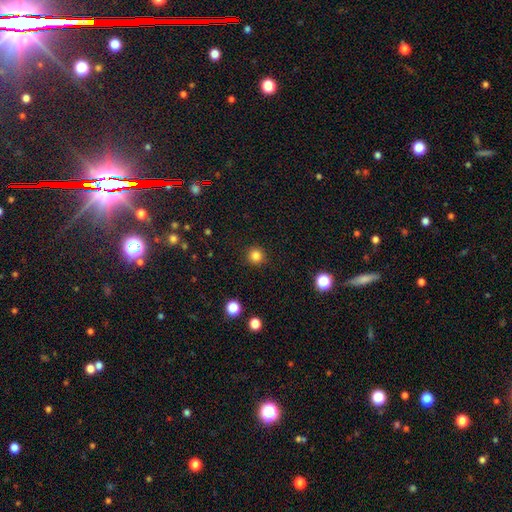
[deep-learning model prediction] Smooth or featured? Predicted: smooth (p=0.83). How rounded? Predicted: round (p=0.95). Merging? Predicted: none (p=0.92).